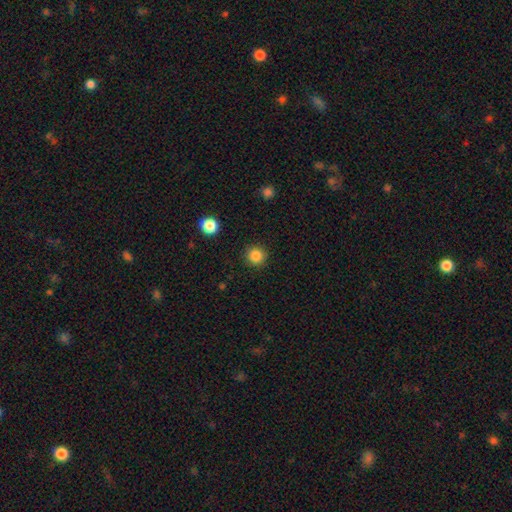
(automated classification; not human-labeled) smooth-or-featured: smooth: 85% | star or artifact: 11% | featured or disk: 4%
  how-rounded: round: 95% | in between: 4% | cigar-shaped: 1%
  merging: none: 91% | minor disturbance: 5% | major disturbance: 2% | merger: 1%